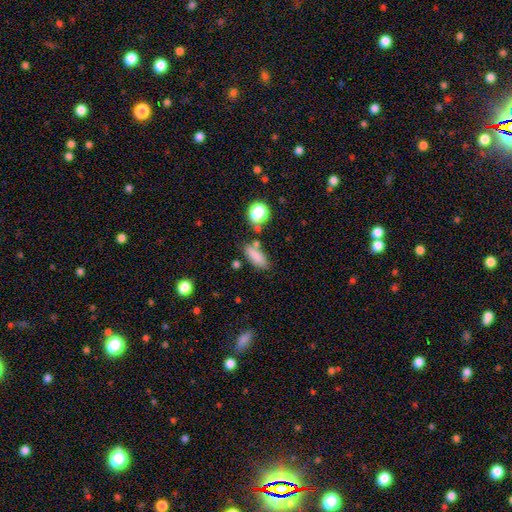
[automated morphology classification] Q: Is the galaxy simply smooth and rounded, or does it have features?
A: smooth — 82%.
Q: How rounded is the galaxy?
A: in between — 69%.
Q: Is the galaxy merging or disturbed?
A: none — 70%.